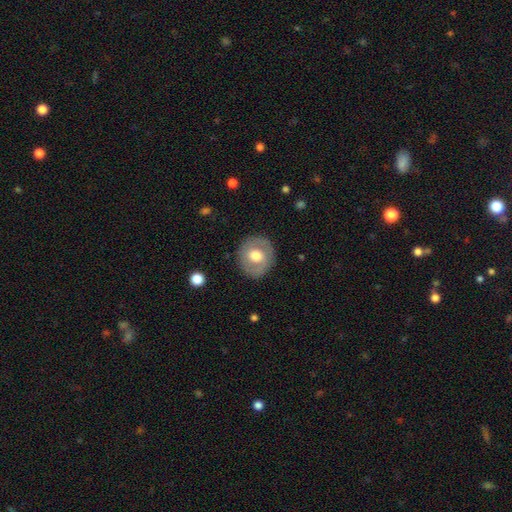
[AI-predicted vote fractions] This appears to be a smooth galaxy with no disk features (52%) that is round (84%). Merging: none (86%).